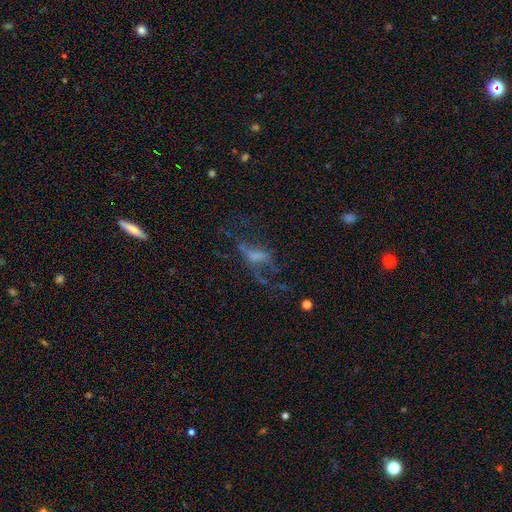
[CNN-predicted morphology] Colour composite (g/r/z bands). It shows a featured or disk galaxy (55%). Merging: major disturbance (48%).